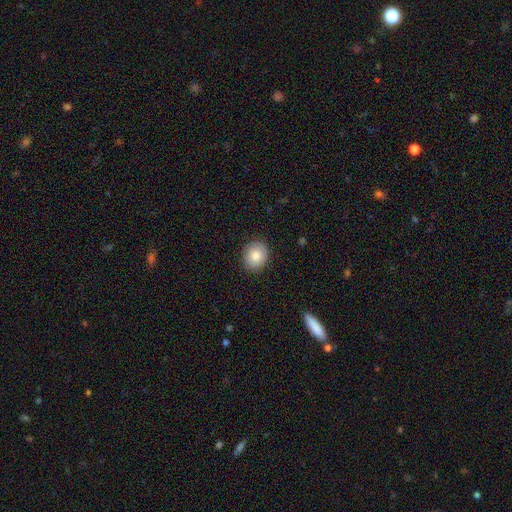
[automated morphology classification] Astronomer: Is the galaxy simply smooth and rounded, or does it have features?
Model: smooth — 84%.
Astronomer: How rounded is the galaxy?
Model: round — 67%.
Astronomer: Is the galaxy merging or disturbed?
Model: none — 89%.